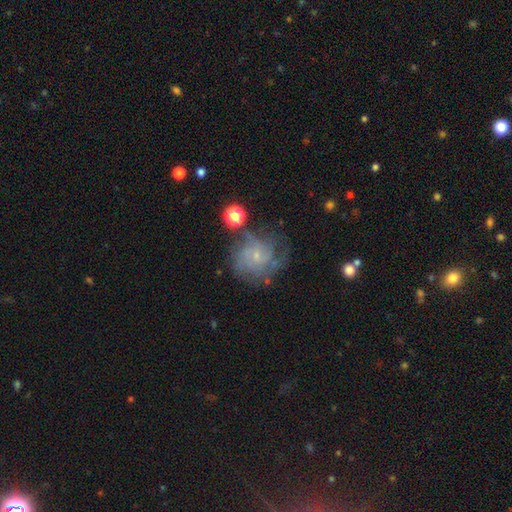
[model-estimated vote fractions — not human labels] A featured or disk galaxy (69%) with no bar (73%), tight (51%) spiral arms (86%) and a small central bulge (79%). Merging: none (55%).